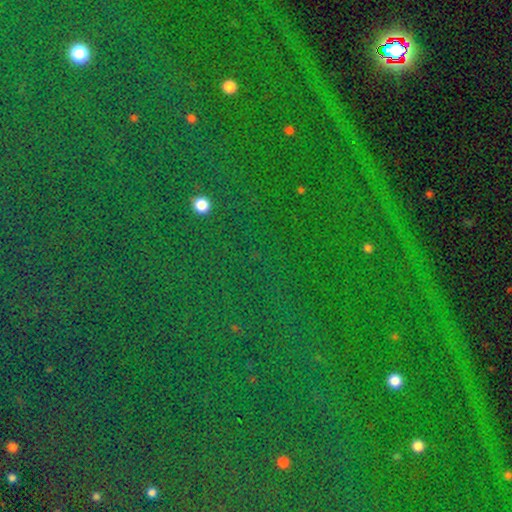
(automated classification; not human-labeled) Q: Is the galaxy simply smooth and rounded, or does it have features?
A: star or artifact — 82%.